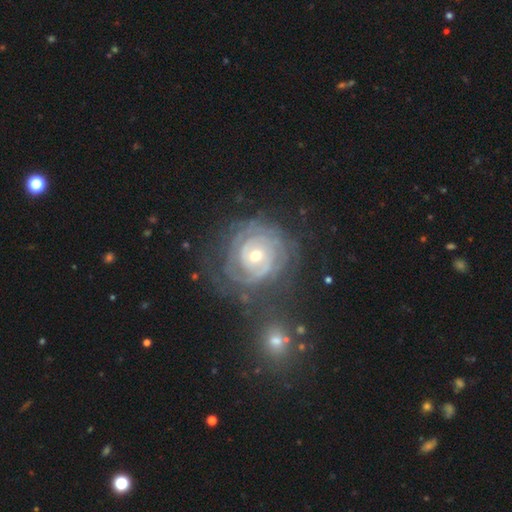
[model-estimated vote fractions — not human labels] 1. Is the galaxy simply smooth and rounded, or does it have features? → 87% featured or disk, 7% smooth, 6% star or artifact.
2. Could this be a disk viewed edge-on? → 97% no, 3% yes.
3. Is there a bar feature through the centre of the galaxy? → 70% no, 22% weak, 8% strong.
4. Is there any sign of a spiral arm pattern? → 96% yes, 4% no.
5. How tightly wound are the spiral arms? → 83% tight, 14% medium, 3% loose.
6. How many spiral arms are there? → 32% can't tell, 25% 2, 19% 3, 11% 4, 7% more than 4, 6% 1.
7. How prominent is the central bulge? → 51% moderate, 45% small, 2% large, 1% dominant, 1% none.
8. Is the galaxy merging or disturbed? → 67% none, 16% minor disturbance, 10% major disturbance, 6% merger.